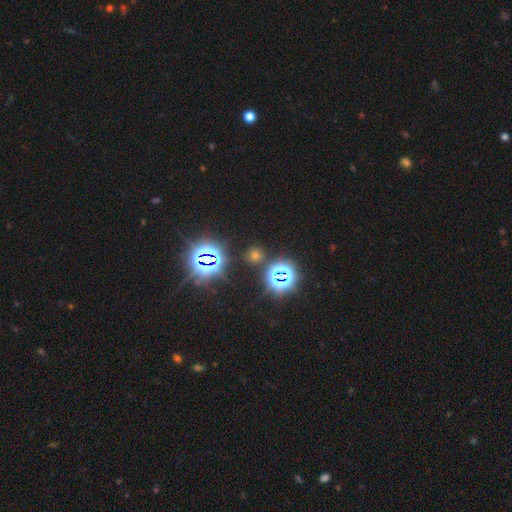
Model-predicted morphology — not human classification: smooth-or-featured: star or artifact: 67% | smooth: 27% | featured or disk: 7%